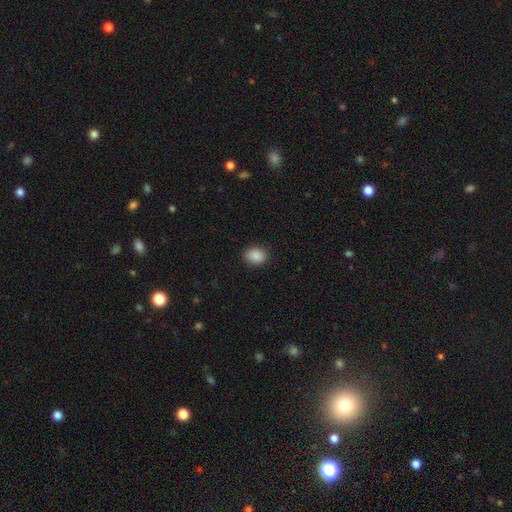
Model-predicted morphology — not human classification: Smooth or featured: smooth — 89% (star or artifact — 8%)
How rounded: in between — 52% (round — 47%)
Merging: none — 89% (minor disturbance — 8%)